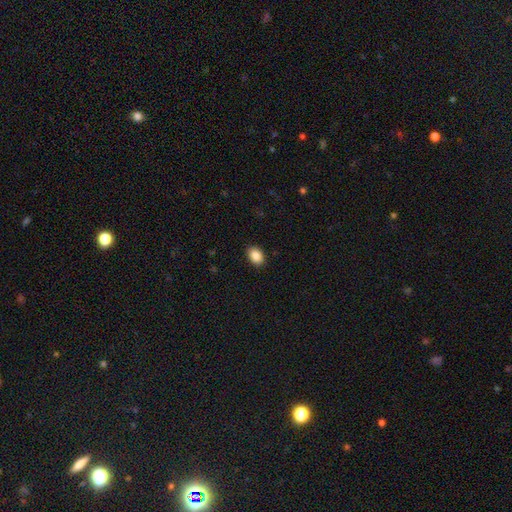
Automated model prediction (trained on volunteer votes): Smooth or featured? Predicted: smooth (p=0.88). How rounded? Predicted: in between (p=0.77). Merging? Predicted: none (p=0.89).